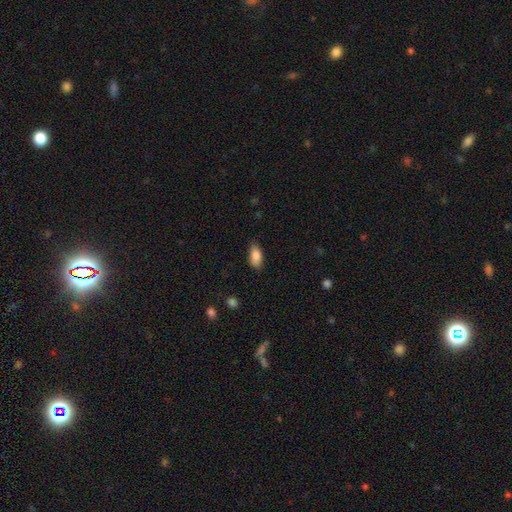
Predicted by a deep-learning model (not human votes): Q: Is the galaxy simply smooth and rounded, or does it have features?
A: smooth — 85%.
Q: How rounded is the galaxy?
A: in between — 88%.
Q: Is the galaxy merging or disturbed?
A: none — 80%.